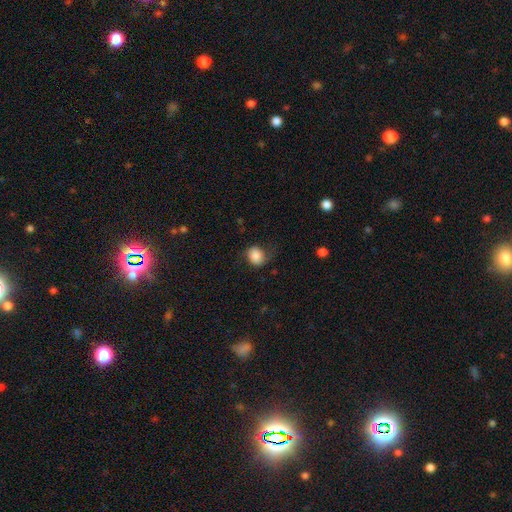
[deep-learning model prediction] This is likely a smooth galaxy (76%). How rounded: likely round (66%). Merging: likely none (62%).